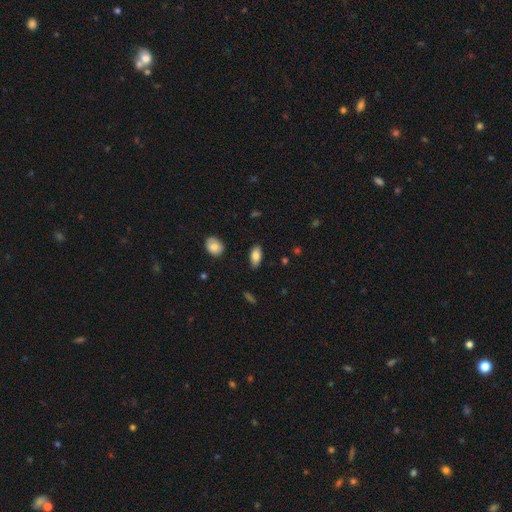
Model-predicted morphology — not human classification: type=smooth (82%); roundness=in between (91%); merging=none (85%).